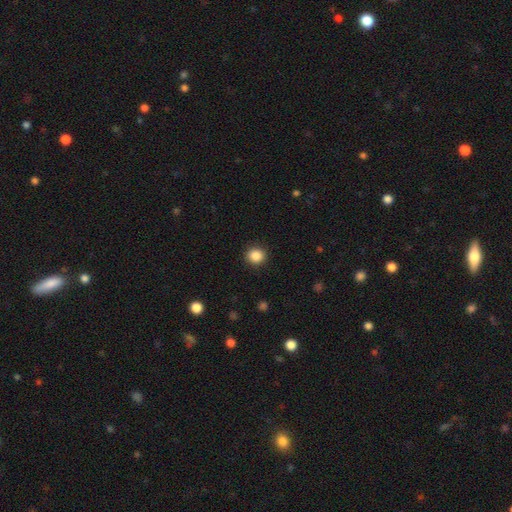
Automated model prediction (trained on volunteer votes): Smooth or featured: smooth — 87% (star or artifact — 10%)
How rounded: round — 88% (in between — 11%)
Merging: none — 91% (minor disturbance — 6%)